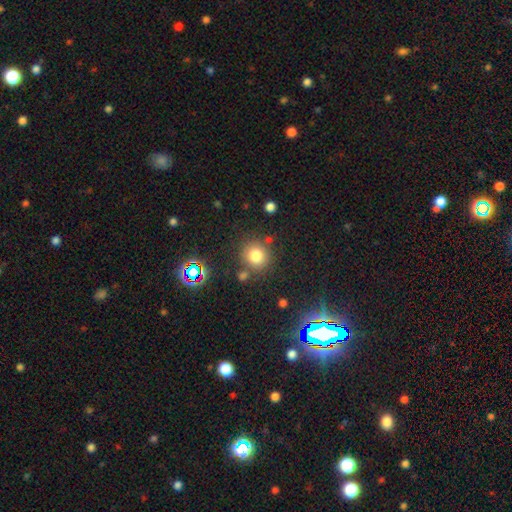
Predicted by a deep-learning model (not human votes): smooth-or-featured: smooth: 78% | star or artifact: 16% | featured or disk: 7%
  how-rounded: round: 90% | in between: 9% | cigar-shaped: 1%
  merging: none: 79% | minor disturbance: 9% | merger: 8% | major disturbance: 4%